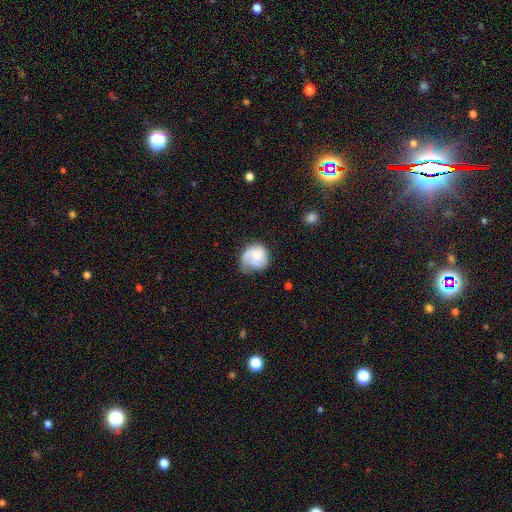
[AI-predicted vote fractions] Smooth or featured? smooth (59%)
How rounded? round (79%)
Merging? none (46%)